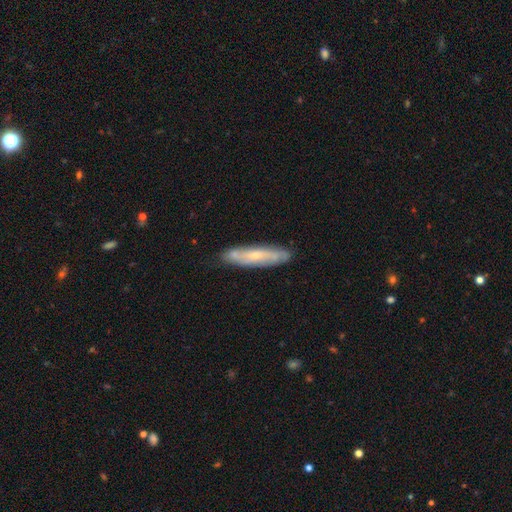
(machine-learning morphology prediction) smooth-or-featured: featured or disk: 55% | smooth: 38% | star or artifact: 7%
  disk-edge-on: no: 53% | yes: 47%
  merging: none: 81% | minor disturbance: 15% | major disturbance: 3% | merger: 2%